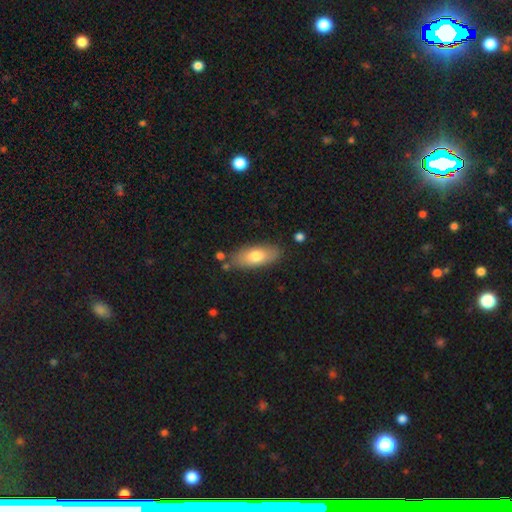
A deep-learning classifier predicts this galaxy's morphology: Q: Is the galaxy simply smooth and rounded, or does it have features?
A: smooth — 72%.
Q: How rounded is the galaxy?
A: in between — 80%.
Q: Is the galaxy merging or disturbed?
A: none — 80%.